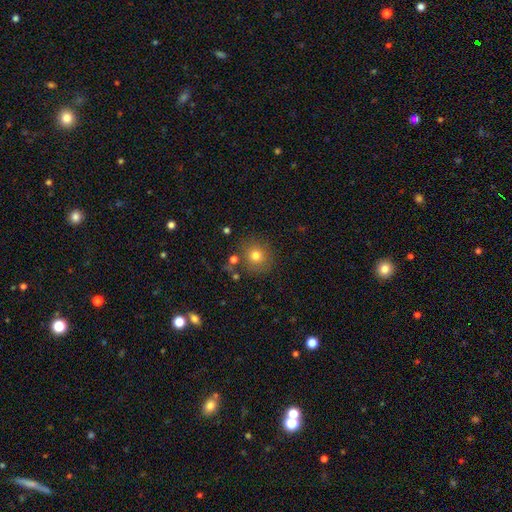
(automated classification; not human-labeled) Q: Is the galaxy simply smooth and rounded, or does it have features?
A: smooth — 76%.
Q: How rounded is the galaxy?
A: round — 91%.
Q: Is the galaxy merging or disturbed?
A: none — 81%.